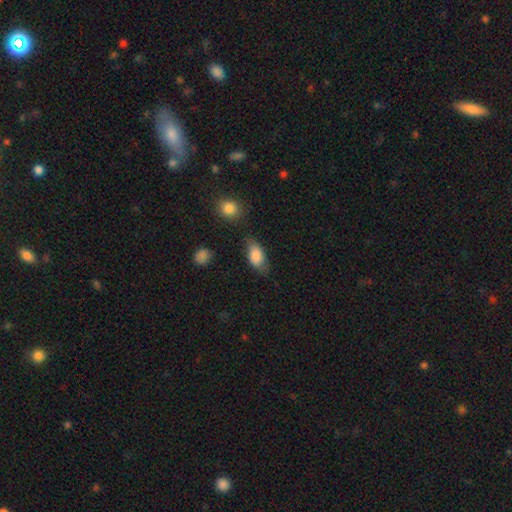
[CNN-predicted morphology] Q: Smooth or featured?
A: smooth (83%); runner-up: featured or disk (10%)
Q: How rounded?
A: in between (89%); runner-up: round (6%)
Q: Merging?
A: none (66%); runner-up: minor disturbance (24%)